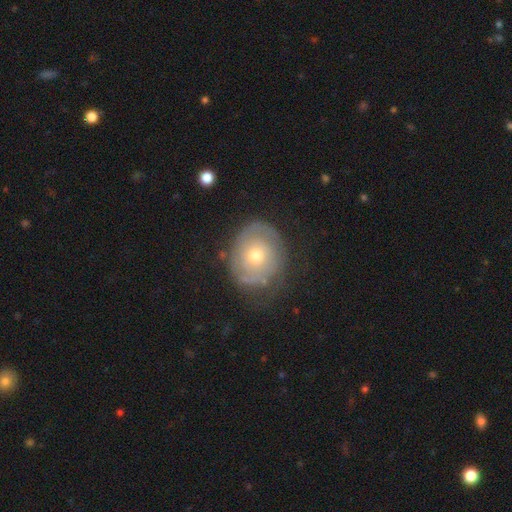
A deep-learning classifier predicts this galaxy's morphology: smooth-or-featured: featured or disk: 54% | smooth: 38% | star or artifact: 8%
  disk-edge-on: no: 95% | yes: 5%
    bar: no: 85% | weak: 13% | strong: 3%
    has-spiral-arms: yes: 63% | no: 37%
    bulge-size: moderate: 60% | small: 34% | large: 4% | dominant: 1% | none: 1%
  merging: none: 69% | minor disturbance: 21% | major disturbance: 9% | merger: 2%